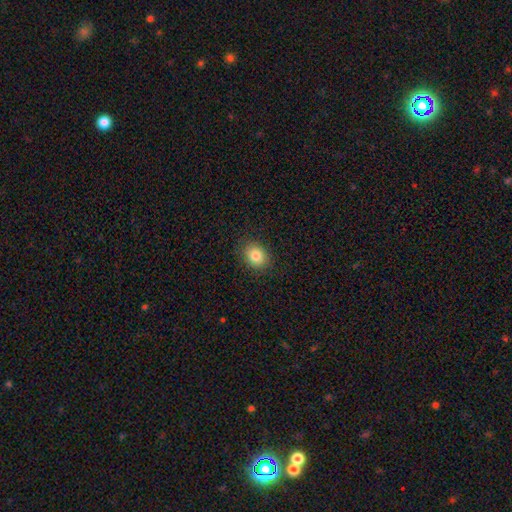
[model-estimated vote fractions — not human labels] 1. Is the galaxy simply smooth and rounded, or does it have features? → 83% smooth, 10% star or artifact, 7% featured or disk.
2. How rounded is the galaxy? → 51% round, 48% in between, 1% cigar-shaped.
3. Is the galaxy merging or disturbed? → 88% none, 9% minor disturbance, 3% major disturbance, 1% merger.